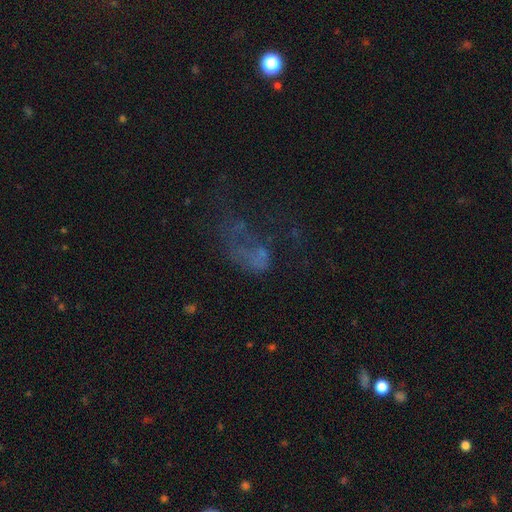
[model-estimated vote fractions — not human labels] Overall: featured or disk (41%; smooth 33%). Merging: major disturbance (52%; none 26%).